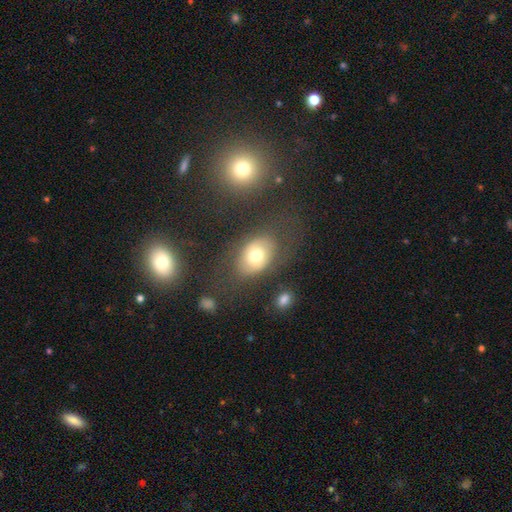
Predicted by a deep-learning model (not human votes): smooth 64%, featured or disk 26%, star or artifact 10%. Down the decision tree: how rounded — in between (78%); merging — none (71%).